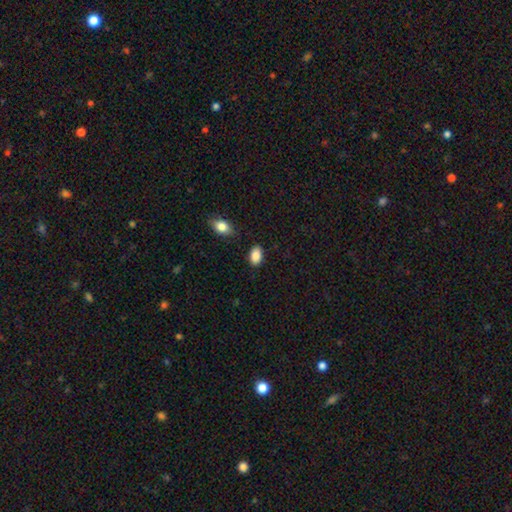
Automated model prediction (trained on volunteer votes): This is clearly a smooth galaxy (89%). How rounded: clearly in between (90%). Merging: clearly none (85%).